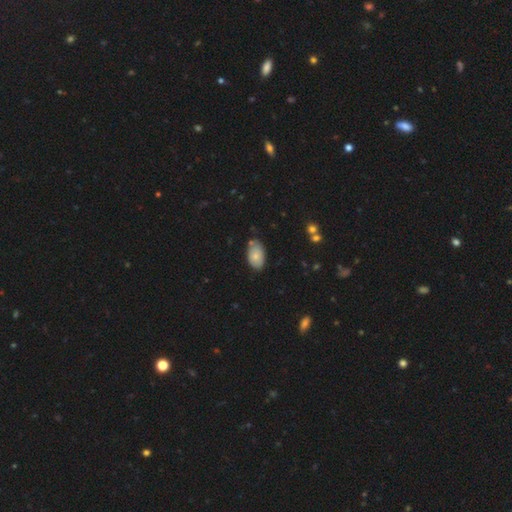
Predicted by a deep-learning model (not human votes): A smooth galaxy with no disk features (77%) that is in between round and cigar-shaped (94%). Merging: none (72%).